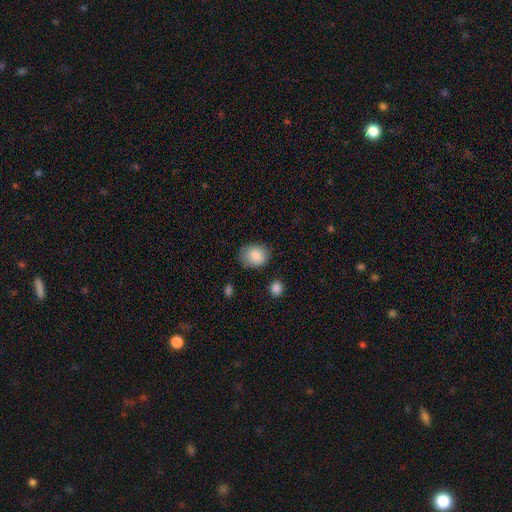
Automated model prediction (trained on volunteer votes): The model was most divided on "how rounded": round: 52%, in between: 47%, cigar-shaped: 1%. More confident: smooth or featured — smooth (84%); merging — none (74%).